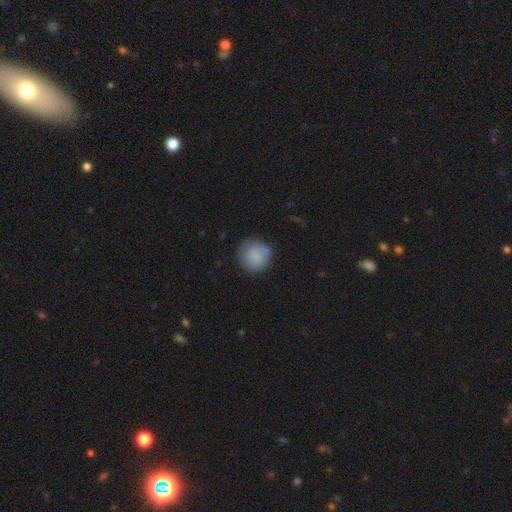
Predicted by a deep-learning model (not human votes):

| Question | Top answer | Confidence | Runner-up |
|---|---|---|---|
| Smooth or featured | smooth | 84% | featured or disk (9%) |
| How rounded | round | 93% | in between (6%) |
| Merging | none | 74% | minor disturbance (17%) |